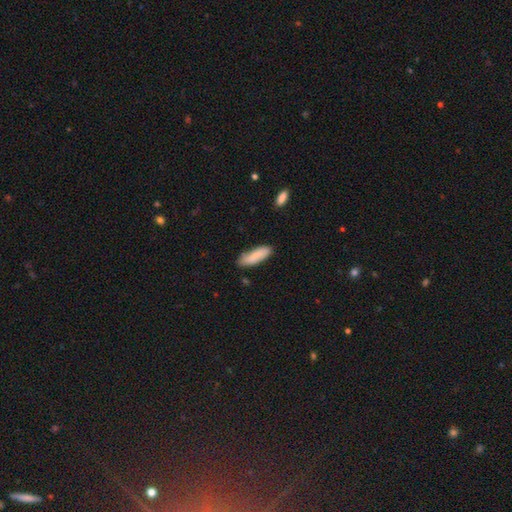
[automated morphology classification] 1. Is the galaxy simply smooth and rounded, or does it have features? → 85% smooth, 9% featured or disk, 6% star or artifact.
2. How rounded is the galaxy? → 52% in between, 46% cigar-shaped, 2% round.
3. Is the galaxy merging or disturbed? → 74% none, 20% minor disturbance, 3% major disturbance, 3% merger.